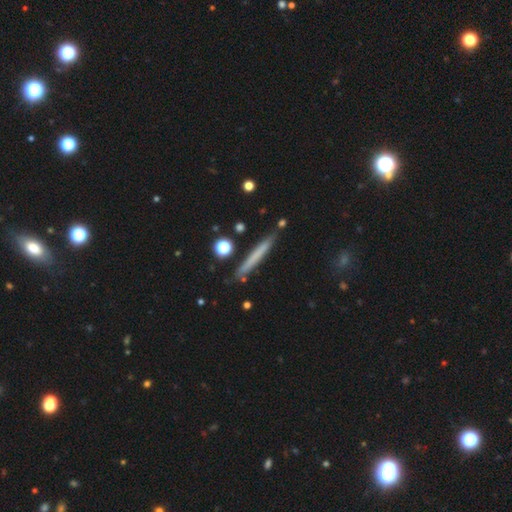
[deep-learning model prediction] Smooth or featured? smooth (61%)
How rounded? cigar-shaped (96%)
Merging? none (86%)